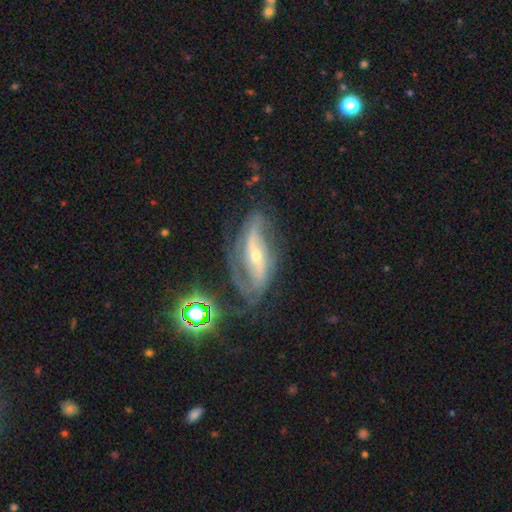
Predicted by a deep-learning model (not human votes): The model was most divided on "spiral winding": medium: 40%, loose: 35%, tight: 25%. Remaining: spiral arms — yes (94%); edge-on disk — no (90%); smooth or featured — featured or disk (84%); spiral arm count — 2 (73%); bulge size — small (67%); merging — none (62%); bar — strong (42%).